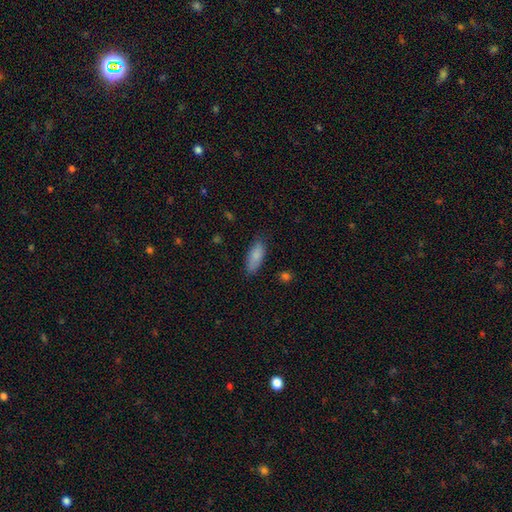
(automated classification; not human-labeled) smooth 84%, featured or disk 9%, star or artifact 7%. Down the decision tree: how rounded — in between (80%); merging — none (77%).